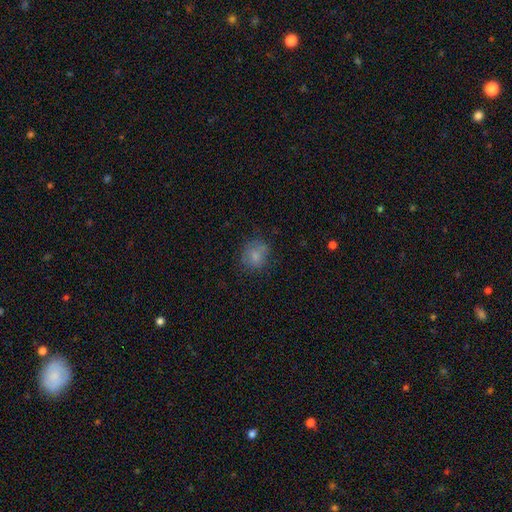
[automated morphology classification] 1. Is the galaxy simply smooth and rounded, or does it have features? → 77% smooth, 12% featured or disk, 11% star or artifact.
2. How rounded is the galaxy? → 73% round, 27% in between, 1% cigar-shaped.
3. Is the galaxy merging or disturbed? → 69% none, 20% minor disturbance, 8% major disturbance, 3% merger.